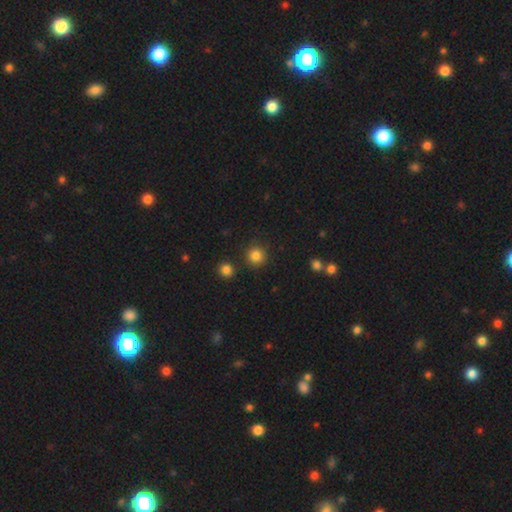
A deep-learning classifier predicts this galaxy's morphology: This appears to be a smooth galaxy with no disk features (84%) that is round (93%). Merging: none (87%).